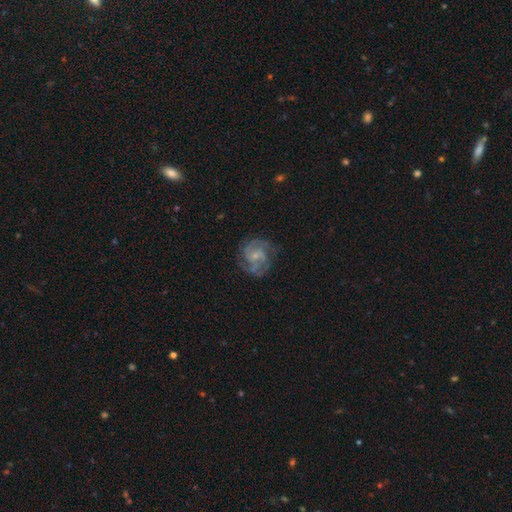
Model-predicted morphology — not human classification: This is clearly a featured or disk galaxy (87%). It is clearly not viewed edge-on (98%). Bar: possibly no (57%). Spiral arm pattern: clearly yes (97%). Spiral arm count: marginally 2 (40%). Spiral winding: possibly medium (49%). Central bulge: likely small (69%). Merging: likely none (75%).